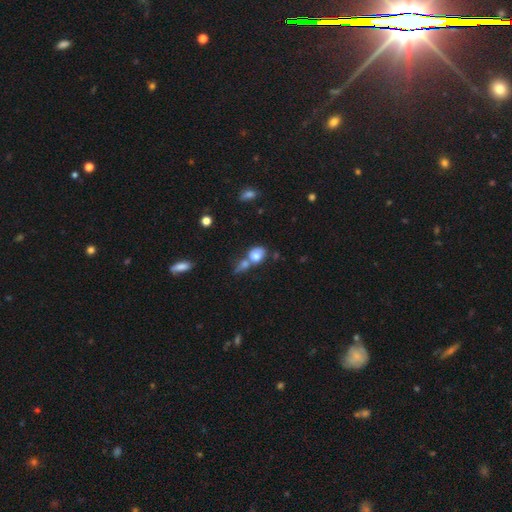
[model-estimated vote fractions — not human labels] Overall: smooth (76%). How rounded: round (52%; in between 46%). Merging: merger (54%; none 29%).